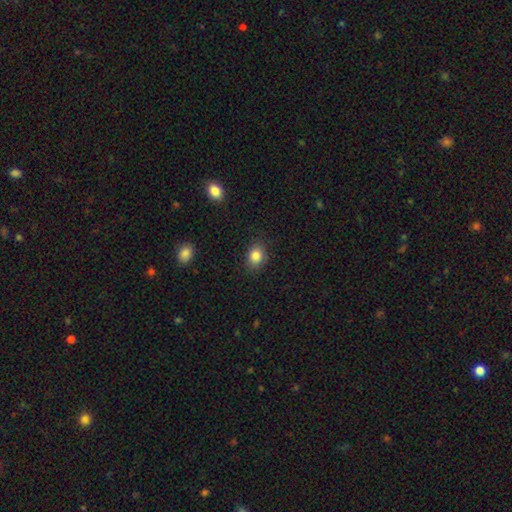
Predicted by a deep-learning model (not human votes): Smooth or featured?
  - smooth: 85% *
  - star or artifact: 10%
  - featured or disk: 5%
How rounded?
  - in between: 54% *
  - round: 45%
  - cigar-shaped: 1%
Merging?
  - none: 85% *
  - minor disturbance: 11%
  - major disturbance: 3%
  - merger: 1%